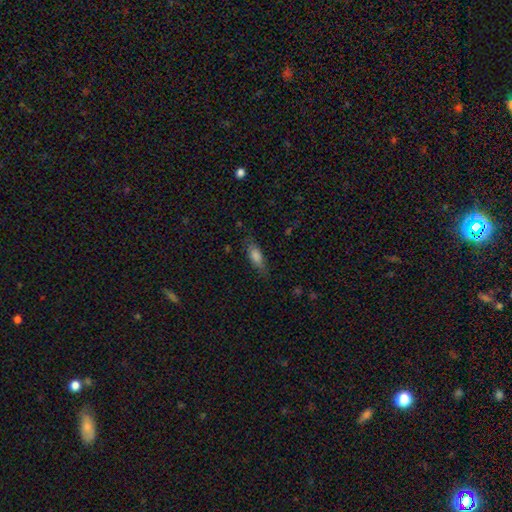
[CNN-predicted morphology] Smooth or featured: smooth — 76% (featured or disk — 16%)
How rounded: in between — 63% (cigar-shaped — 34%)
Merging: none — 76% (minor disturbance — 18%)